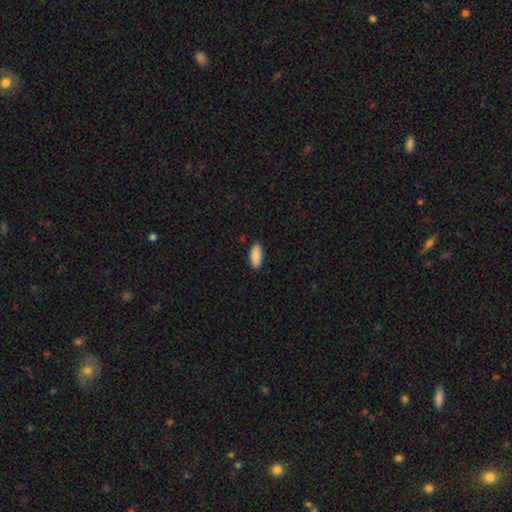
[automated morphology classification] Smooth or featured: smooth — 90% (star or artifact — 6%)
How rounded: in between — 87% (cigar-shaped — 11%)
Merging: none — 88% (minor disturbance — 9%)